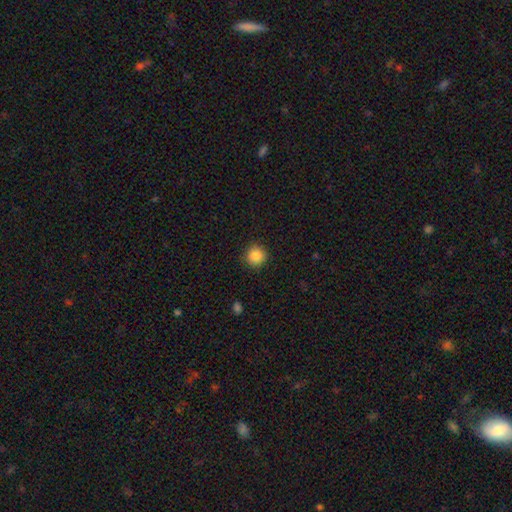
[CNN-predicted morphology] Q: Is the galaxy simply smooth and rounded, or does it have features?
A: smooth — 87%.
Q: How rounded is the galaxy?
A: round — 94%.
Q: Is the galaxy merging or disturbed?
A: none — 90%.